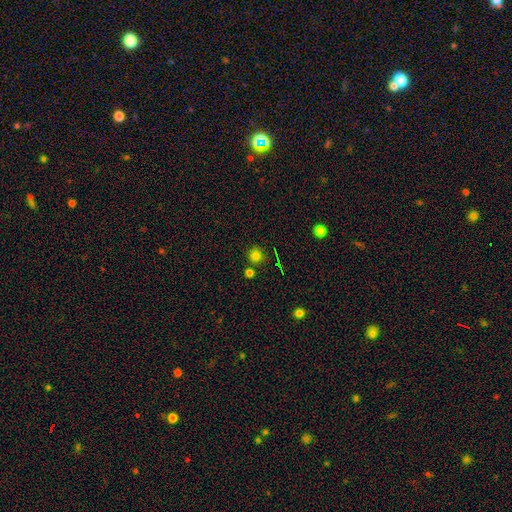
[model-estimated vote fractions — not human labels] The model was most divided on "smooth or featured": smooth: 76%, star or artifact: 19%, featured or disk: 5%. More confident: how rounded — round (93%); merging — none (79%).